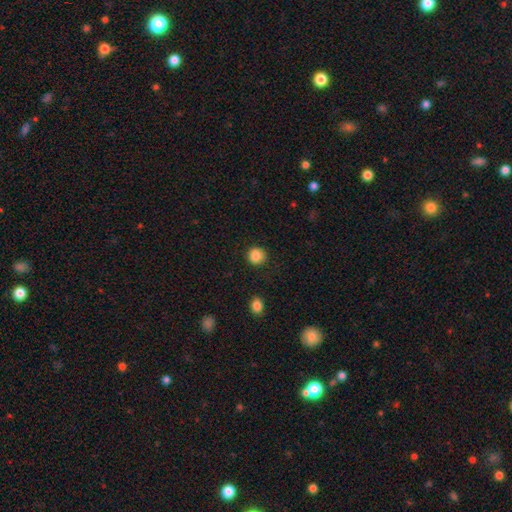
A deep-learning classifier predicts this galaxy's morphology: Smooth or featured?
  - smooth: 87% *
  - star or artifact: 10%
  - featured or disk: 4%
How rounded?
  - round: 89% *
  - in between: 10%
  - cigar-shaped: 1%
Merging?
  - none: 87% *
  - minor disturbance: 9%
  - major disturbance: 3%
  - merger: 1%